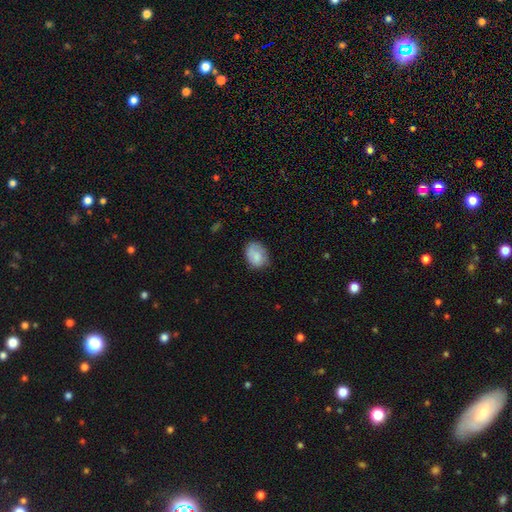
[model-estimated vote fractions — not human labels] This is likely a smooth galaxy (80%). How rounded: likely in between (65%). Merging: likely none (68%).